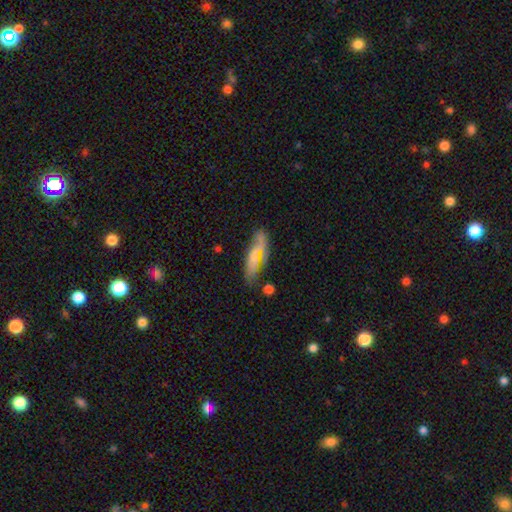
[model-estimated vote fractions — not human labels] Q: Smooth or featured?
A: smooth (54%); runner-up: featured or disk (38%)
Q: How rounded?
A: cigar-shaped (58%); runner-up: in between (40%)
Q: Merging?
A: none (60%); runner-up: minor disturbance (23%)